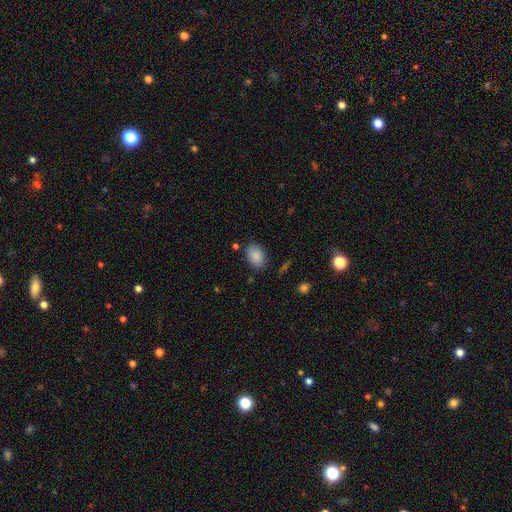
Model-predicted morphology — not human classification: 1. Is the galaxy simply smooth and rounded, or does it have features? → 87% smooth, 7% star or artifact, 5% featured or disk.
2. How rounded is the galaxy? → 86% in between, 13% round, 1% cigar-shaped.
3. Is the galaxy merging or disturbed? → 80% none, 14% minor disturbance, 3% major disturbance, 2% merger.